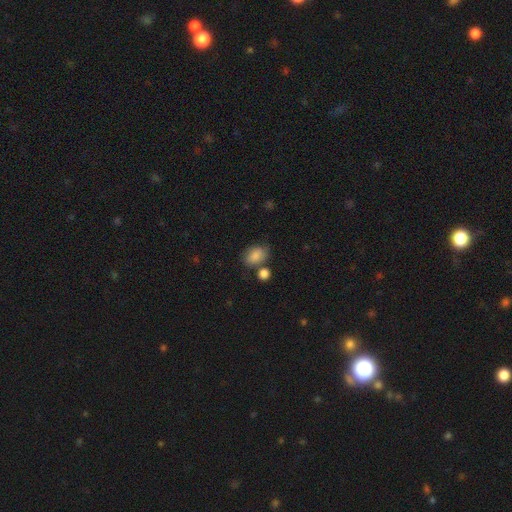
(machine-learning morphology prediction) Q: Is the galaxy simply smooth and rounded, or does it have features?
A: smooth — 83%.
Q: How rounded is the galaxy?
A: in between — 75%.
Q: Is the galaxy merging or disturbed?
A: none — 63%.